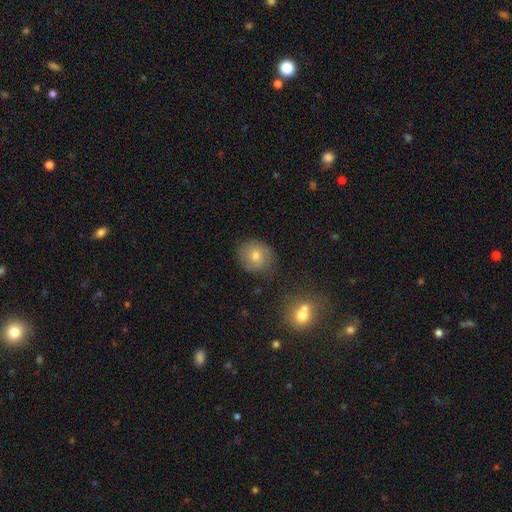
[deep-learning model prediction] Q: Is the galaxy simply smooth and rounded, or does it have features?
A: smooth — 66%.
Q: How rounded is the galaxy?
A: round — 81%.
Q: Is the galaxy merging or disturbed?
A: none — 79%.